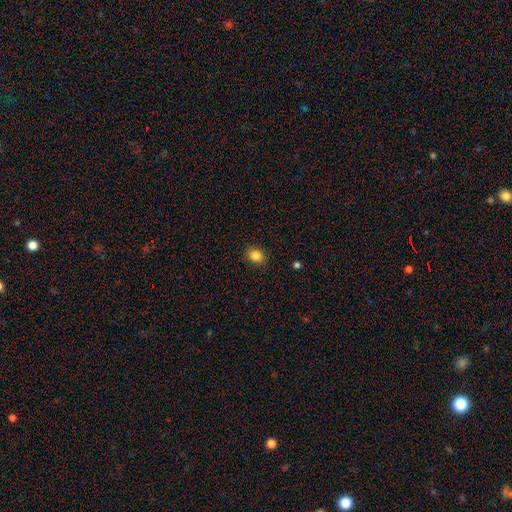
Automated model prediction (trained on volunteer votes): This is clearly a smooth galaxy (84%). How rounded: possibly round (58%). Merging: clearly none (88%).